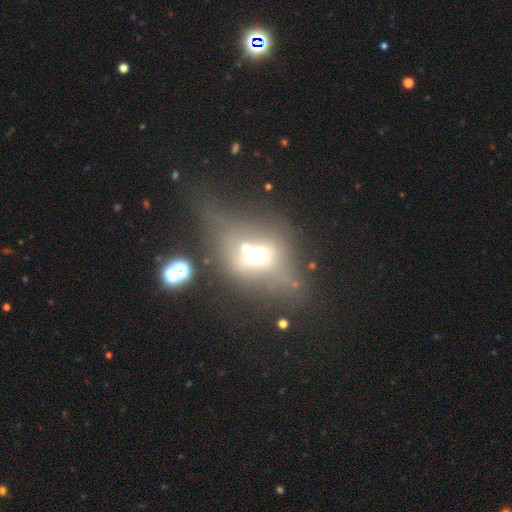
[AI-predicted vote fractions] Smooth or featured: smooth — 43% (featured or disk — 36%)
Merging: none — 35% (merger — 30%)